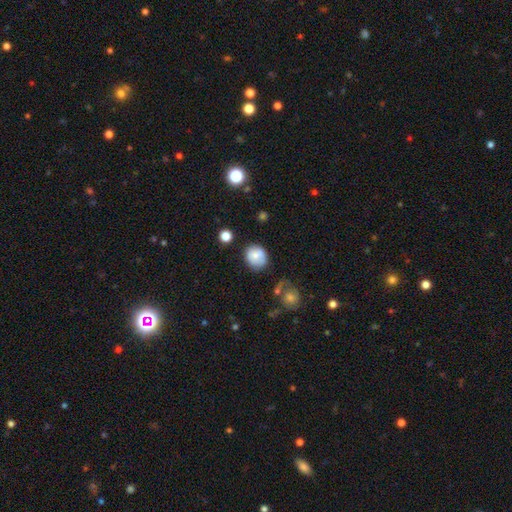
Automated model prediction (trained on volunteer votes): smooth_or_featured: smooth (p=0.73) [alt: featured or disk p=0.18]
how_rounded: round (p=0.75) [alt: in between p=0.25]
merging: none (p=0.67) [alt: minor disturbance p=0.21]